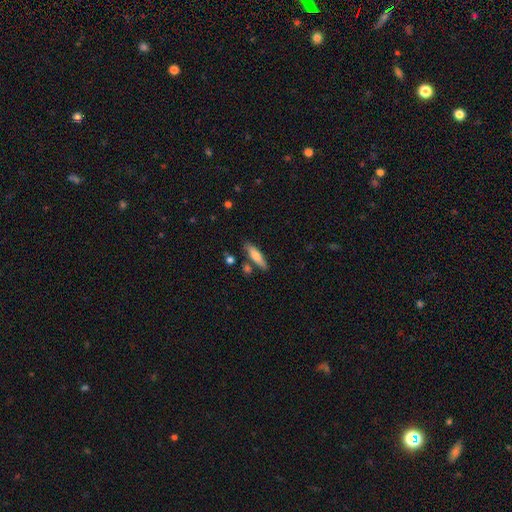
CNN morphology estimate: Smooth or featured? Predicted: smooth (p=0.69). How rounded? Predicted: cigar-shaped (p=0.69). Merging? Predicted: none (p=0.76).